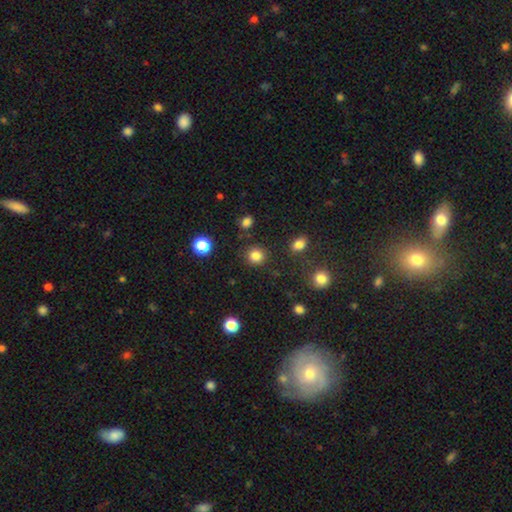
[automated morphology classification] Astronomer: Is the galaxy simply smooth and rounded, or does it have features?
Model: smooth — 83%.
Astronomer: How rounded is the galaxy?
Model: round — 91%.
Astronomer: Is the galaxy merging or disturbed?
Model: none — 89%.